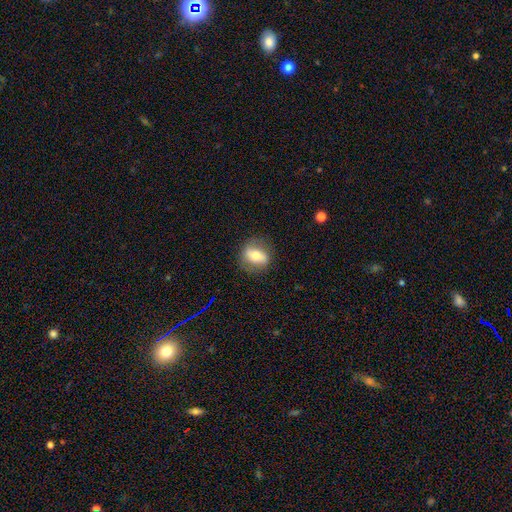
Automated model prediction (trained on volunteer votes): Overall: smooth (54%; featured or disk 38%). How rounded: in between (53%; round 43%). Merging: none (81%).